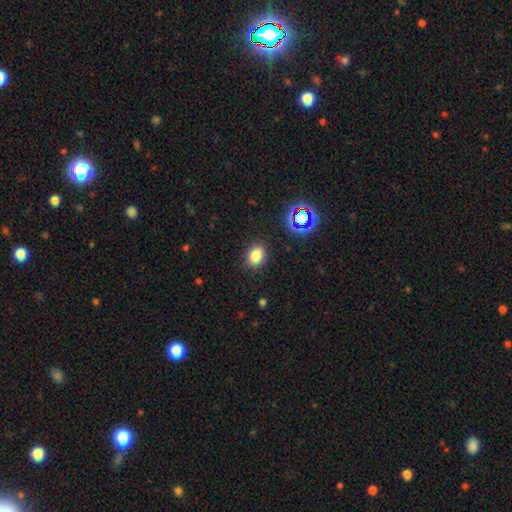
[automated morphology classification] smooth 80%, star or artifact 14%, featured or disk 6%. Down the decision tree: how rounded — in between (54%); merging — none (87%).